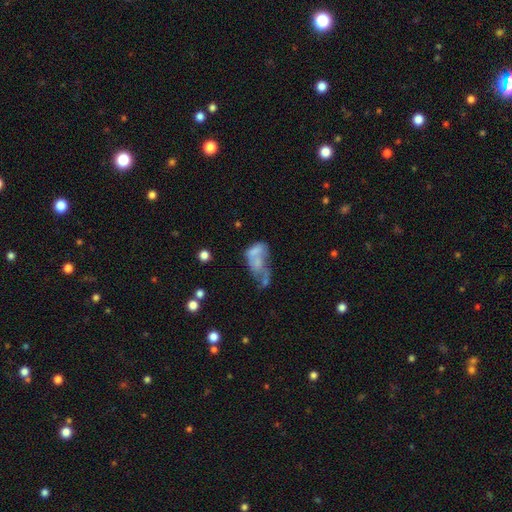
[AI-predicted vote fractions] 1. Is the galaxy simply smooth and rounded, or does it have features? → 47% smooth, 41% featured or disk, 12% star or artifact.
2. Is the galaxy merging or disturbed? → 45% merger, 27% major disturbance, 15% none, 13% minor disturbance.